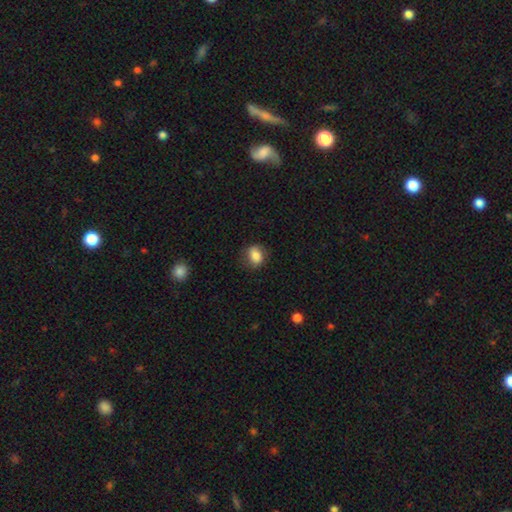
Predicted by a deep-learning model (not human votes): smooth_or_featured: smooth (p=0.80) [alt: featured or disk p=0.12]
how_rounded: in between (p=0.60) [alt: round p=0.39]
merging: none (p=0.76) [alt: minor disturbance p=0.17]